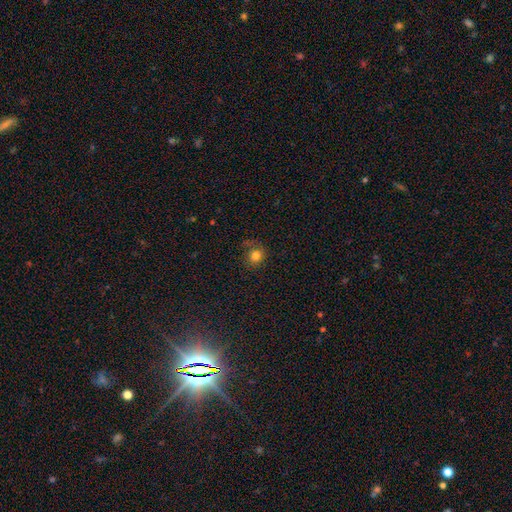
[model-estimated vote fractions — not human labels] Smooth or featured?
  - smooth: 79% *
  - star or artifact: 14%
  - featured or disk: 7%
How rounded?
  - round: 82% *
  - in between: 17%
  - cigar-shaped: 1%
Merging?
  - none: 73% *
  - minor disturbance: 17%
  - major disturbance: 7%
  - merger: 3%